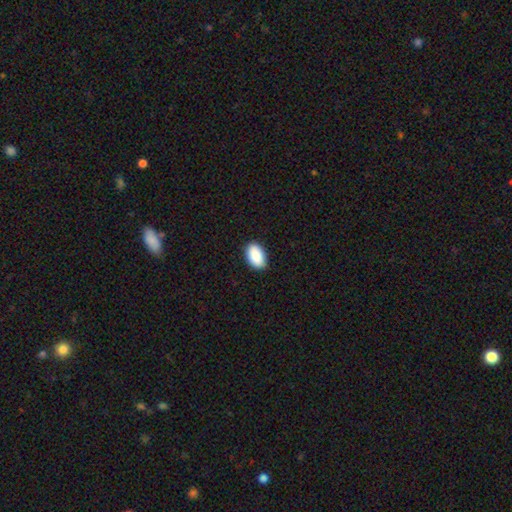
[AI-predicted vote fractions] Smooth or featured?
  - smooth: 90% *
  - star or artifact: 6%
  - featured or disk: 4%
How rounded?
  - in between: 93% *
  - round: 5%
  - cigar-shaped: 1%
Merging?
  - none: 87% *
  - minor disturbance: 10%
  - major disturbance: 2%
  - merger: 1%